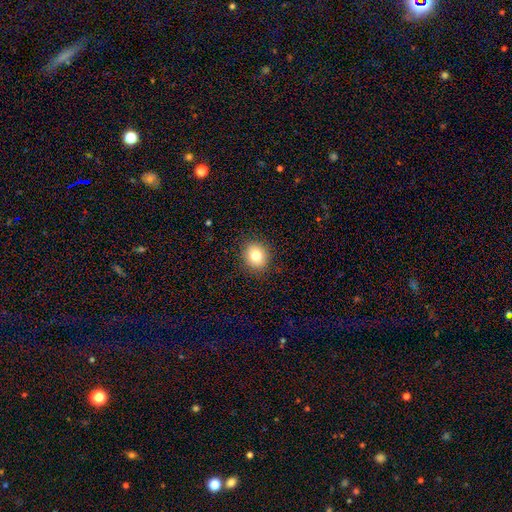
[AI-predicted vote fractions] Smooth or featured?
  - smooth: 80% *
  - star or artifact: 10%
  - featured or disk: 9%
How rounded?
  - round: 73% *
  - in between: 26%
  - cigar-shaped: 1%
Merging?
  - none: 89% *
  - minor disturbance: 8%
  - major disturbance: 2%
  - merger: 1%